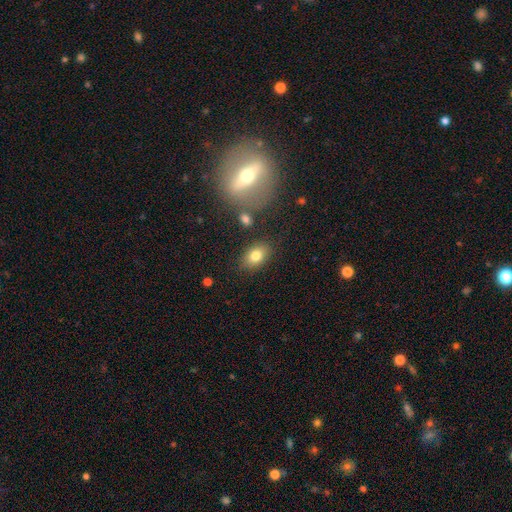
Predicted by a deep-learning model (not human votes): smooth 80%, featured or disk 11%, star or artifact 9%. Down the decision tree: how rounded — in between (83%); merging — none (82%).